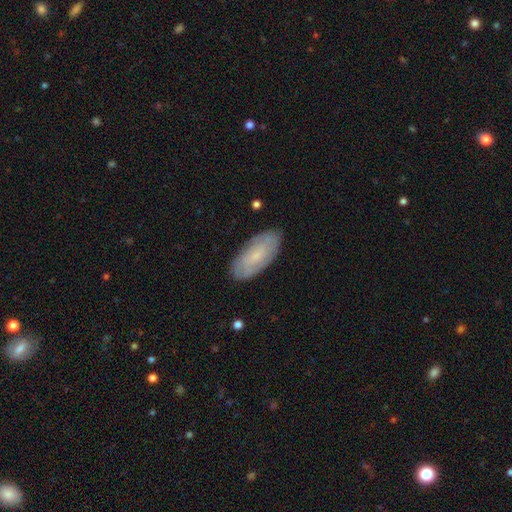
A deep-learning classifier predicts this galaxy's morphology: The model was most divided on "smooth or featured": featured or disk: 49%, smooth: 43%, star or artifact: 7%. More confident: merging — none (85%).